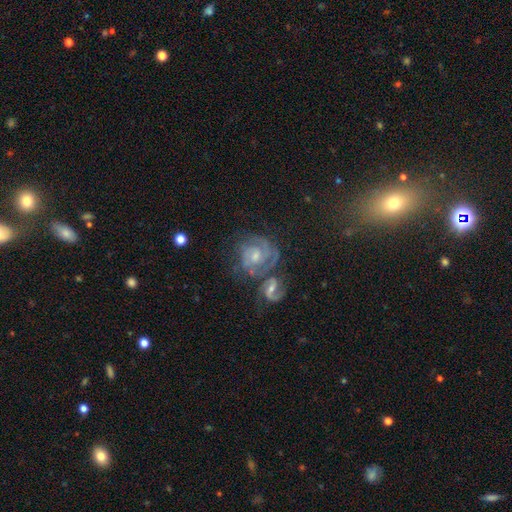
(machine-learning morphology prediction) smooth-or-featured: featured or disk: 82% | star or artifact: 10% | smooth: 8%
  disk-edge-on: no: 97% | yes: 3%
    bar: no: 59% | weak: 32% | strong: 9%
    has-spiral-arms: yes: 96% | no: 4%
      spiral-winding: tight: 64% | medium: 30% | loose: 6%
      spiral-arm-count: 2: 41% | 3: 25% | can't tell: 20% | 4: 5% | 1: 5% | more than 4: 4%
    bulge-size: moderate: 47% (tied) | small: 47% (tied) | none: 3% | large: 2% | dominant: 1%
  merging: none: 43% | merger: 35% | minor disturbance: 13% | major disturbance: 8%